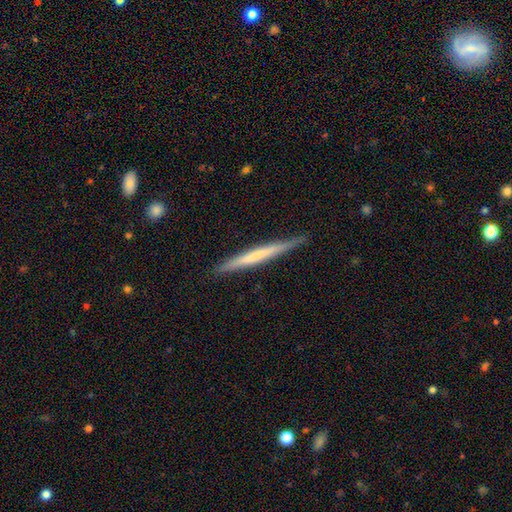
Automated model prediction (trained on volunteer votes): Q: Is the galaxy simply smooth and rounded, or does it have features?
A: featured or disk — 50%.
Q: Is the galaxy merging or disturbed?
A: none — 87%.